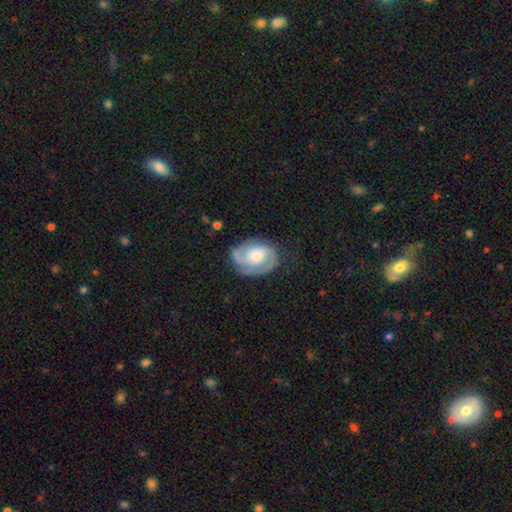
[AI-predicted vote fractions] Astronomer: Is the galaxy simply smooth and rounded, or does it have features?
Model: featured or disk — 75%.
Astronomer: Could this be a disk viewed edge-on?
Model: no — 97%.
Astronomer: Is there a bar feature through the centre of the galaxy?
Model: no — 73%.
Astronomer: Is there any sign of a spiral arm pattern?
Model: yes — 90%.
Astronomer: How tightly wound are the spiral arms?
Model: tight — 53% (runner-up: medium, 35%).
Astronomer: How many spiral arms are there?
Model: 2 — 60%.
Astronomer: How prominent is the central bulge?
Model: moderate — 42% (runner-up: small, 31%).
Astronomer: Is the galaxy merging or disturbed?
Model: none — 67%.